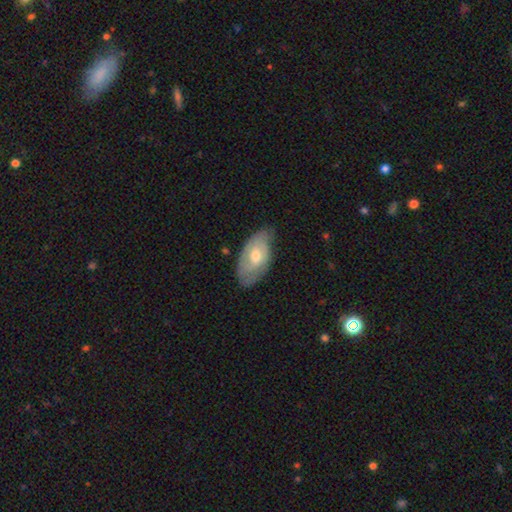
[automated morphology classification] A featured or disk galaxy (50%). Merging: none (62%).